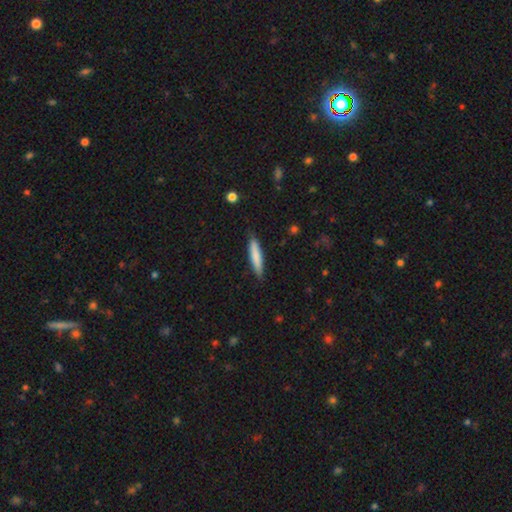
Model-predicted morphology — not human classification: This is likely a smooth galaxy (77%). How rounded: clearly cigar-shaped (87%). Merging: clearly none (85%).